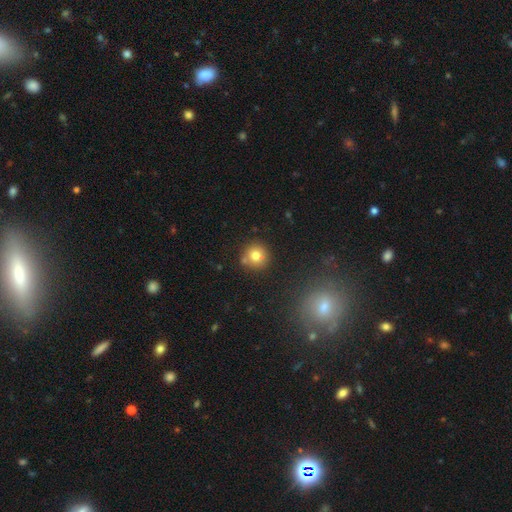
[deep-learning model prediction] Smooth or featured?
  - smooth: 78% *
  - star or artifact: 12%
  - featured or disk: 10%
How rounded?
  - round: 92% *
  - in between: 7%
  - cigar-shaped: 1%
Merging?
  - none: 74% *
  - merger: 12%
  - minor disturbance: 11%
  - major disturbance: 3%